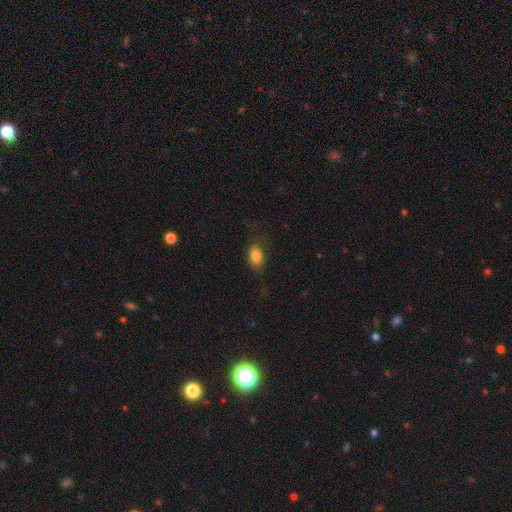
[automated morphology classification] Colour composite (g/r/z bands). It shows a smooth galaxy with no disk features (81%) that is in between round and cigar-shaped (75%). Merging: none (73%).